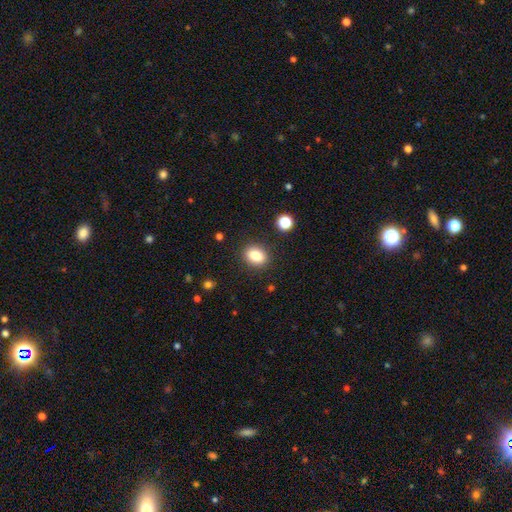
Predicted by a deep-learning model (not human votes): Smooth or featured? smooth (84%)
How rounded? in between (66%)
Merging? none (86%)